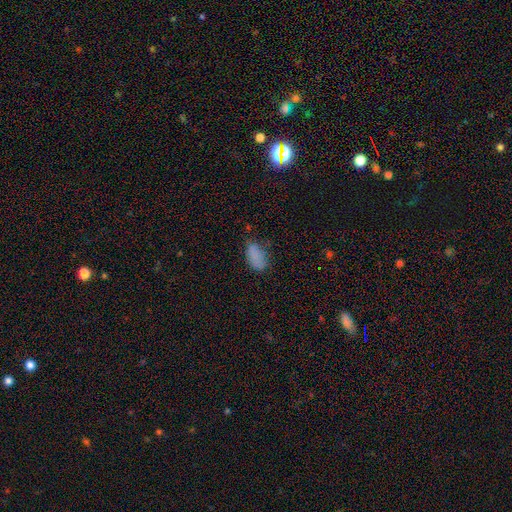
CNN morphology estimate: Overall: smooth (80%). How rounded: in between (92%). Merging: none (54%; minor disturbance 31%).